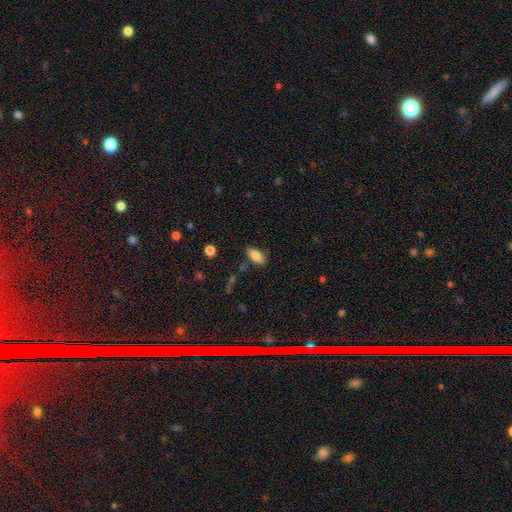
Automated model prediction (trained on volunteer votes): Smooth or featured? Predicted: smooth (p=0.83). How rounded? Predicted: in between (p=0.90). Merging? Predicted: none (p=0.78).